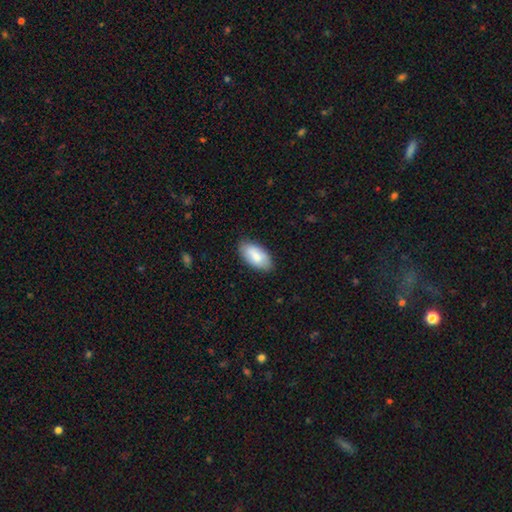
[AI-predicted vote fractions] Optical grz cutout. It shows a smooth galaxy with no disk features (83%) that is in between round and cigar-shaped (93%). Merging: none (84%).